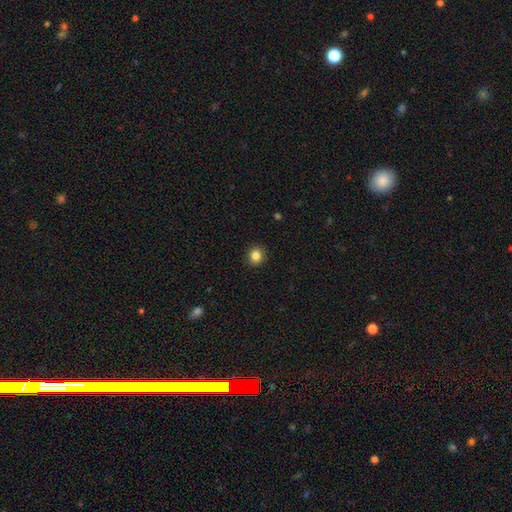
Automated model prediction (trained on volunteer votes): This is clearly a smooth galaxy (85%). How rounded: clearly round (85%). Merging: clearly none (92%).